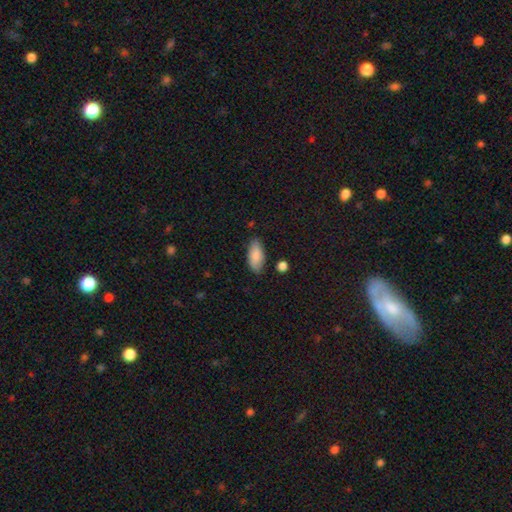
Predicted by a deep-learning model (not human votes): Morphology: type=smooth (85%); roundness=in between (89%); merging=none (80%).